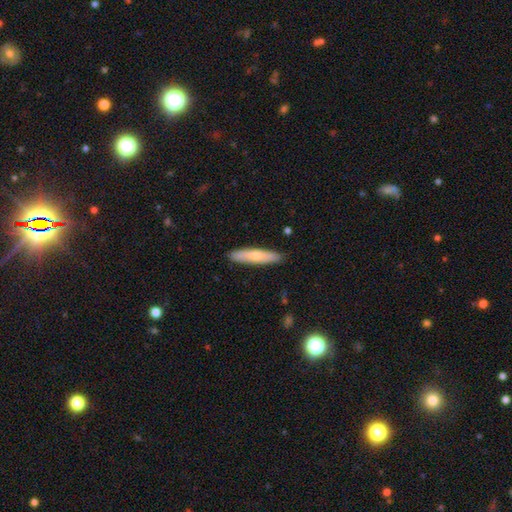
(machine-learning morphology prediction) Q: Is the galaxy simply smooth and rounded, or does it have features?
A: smooth — 65%.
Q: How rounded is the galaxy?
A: cigar-shaped — 82%.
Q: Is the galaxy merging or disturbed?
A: none — 89%.